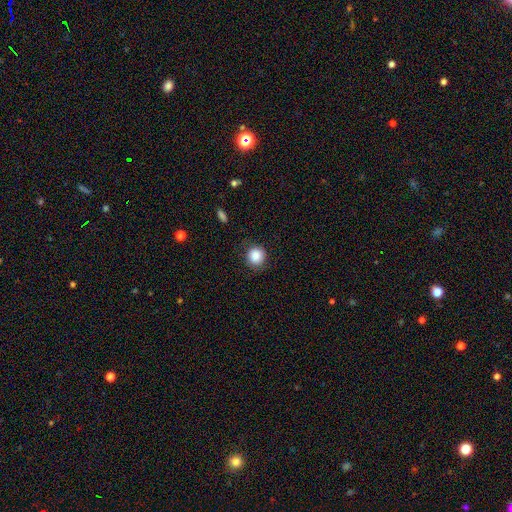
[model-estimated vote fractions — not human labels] Overall: smooth (86%). How rounded: round (91%). Merging: none (82%).